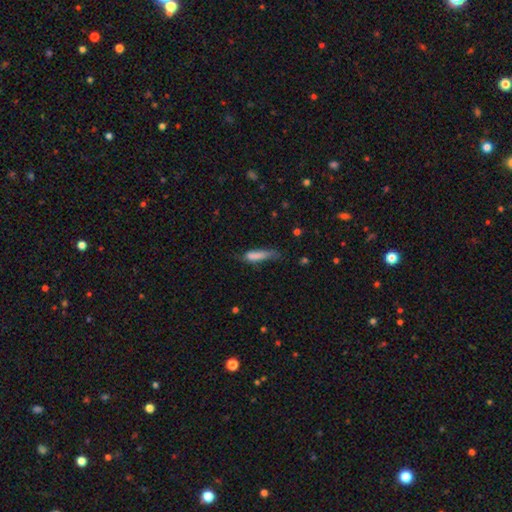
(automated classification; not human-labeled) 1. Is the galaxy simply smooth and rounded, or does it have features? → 77% smooth, 15% featured or disk, 8% star or artifact.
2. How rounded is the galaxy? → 70% cigar-shaped, 28% in between, 2% round.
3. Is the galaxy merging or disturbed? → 38% none, 37% minor disturbance, 22% major disturbance, 4% merger.